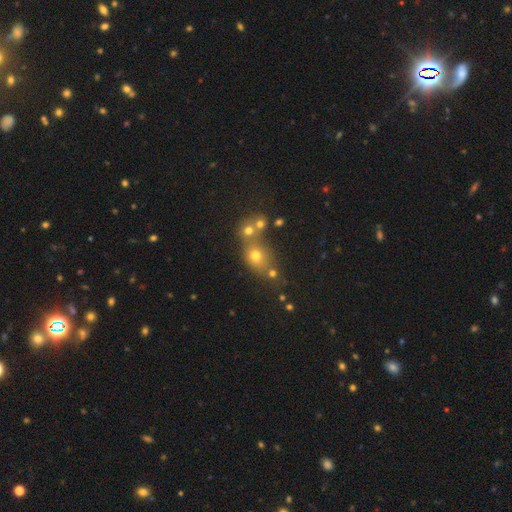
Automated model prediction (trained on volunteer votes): A smooth galaxy with no disk features (63%) that is round (61%).

Vote fractions:
- Smooth or featured? smooth: 63% / star or artifact: 22% / featured or disk: 15%
- How rounded? round: 61% / in between: 37% / cigar-shaped: 2%
- Merging? none: 46% / merger: 38% / minor disturbance: 10% / major disturbance: 5%